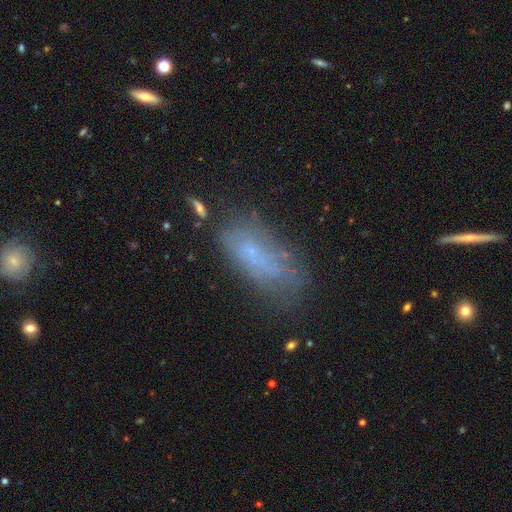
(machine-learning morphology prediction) smooth 59%, featured or disk 26%, star or artifact 14%. Down the decision tree: how rounded — in between (74%); merging — none (47%).